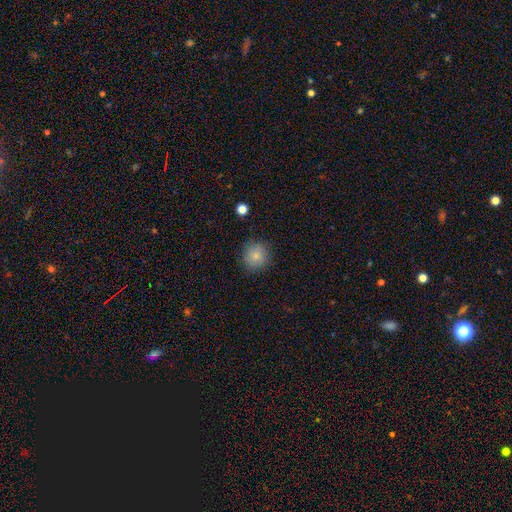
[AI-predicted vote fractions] This is clearly a smooth galaxy (84%). How rounded: clearly round (91%). Merging: clearly none (86%).